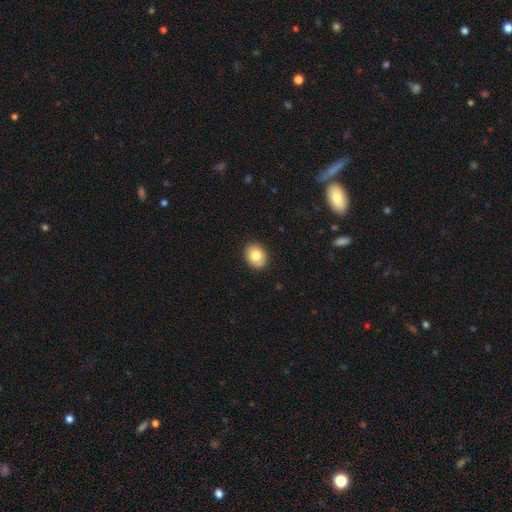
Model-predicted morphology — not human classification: smooth_or_featured: smooth (p=0.80) [alt: featured or disk p=0.12]
how_rounded: in between (p=0.53) [alt: round p=0.46]
merging: none (p=0.89) [alt: minor disturbance p=0.08]